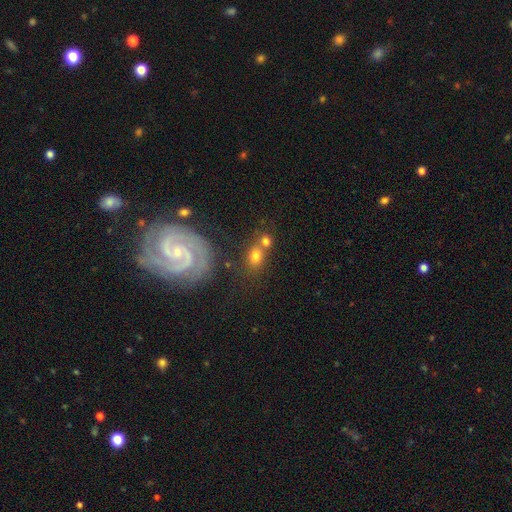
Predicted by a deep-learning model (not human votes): smooth 62%, featured or disk 26%, star or artifact 12%. Down the decision tree: how rounded — in between (58%); merging — none (53%).